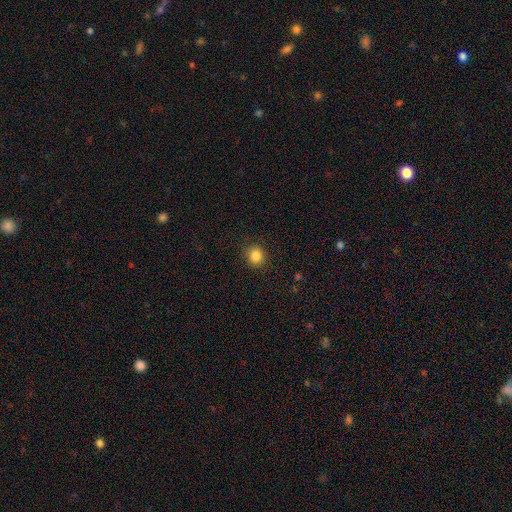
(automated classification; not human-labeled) This appears to be a smooth galaxy with no disk features (85%) that is round (82%). Merging: none (88%).